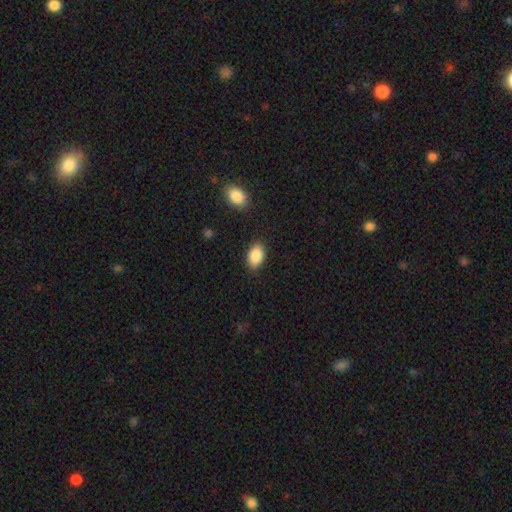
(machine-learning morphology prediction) Smooth or featured? Predicted: smooth (p=0.88). How rounded? Predicted: in between (p=0.90). Merging? Predicted: none (p=0.87).